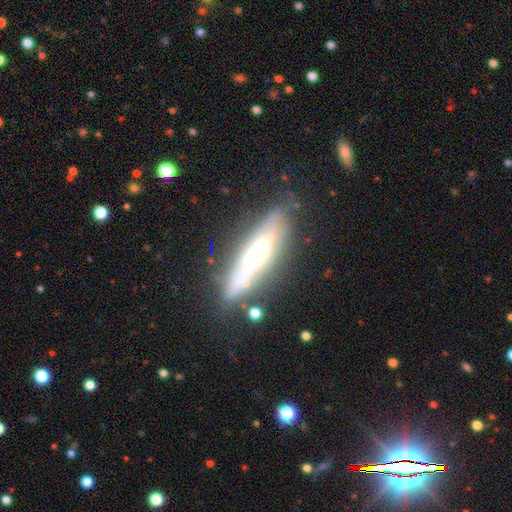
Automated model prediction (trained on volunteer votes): A featured or disk galaxy (58%) viewed edge-on (62%).

Vote fractions:
- Smooth or featured? featured or disk: 58% / smooth: 33% / star or artifact: 9%
- Edge-on disk? yes: 62% / no: 38%
- Merging? none: 70% / minor disturbance: 19% / major disturbance: 7% / merger: 4%